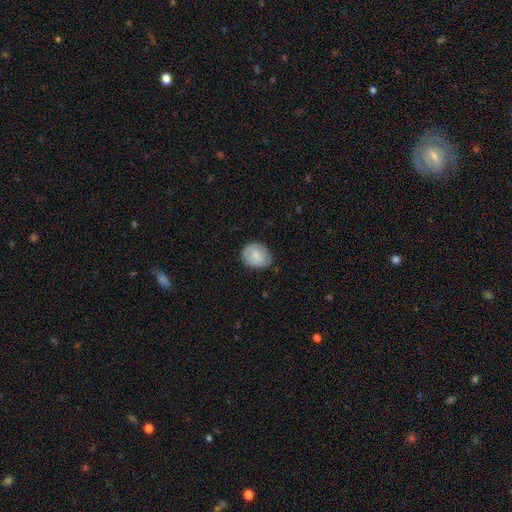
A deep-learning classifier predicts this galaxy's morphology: smooth_or_featured: smooth (p=0.82) [alt: featured or disk p=0.11]
how_rounded: round (p=0.55) [alt: in between p=0.44]
merging: none (p=0.74) [alt: minor disturbance p=0.21]